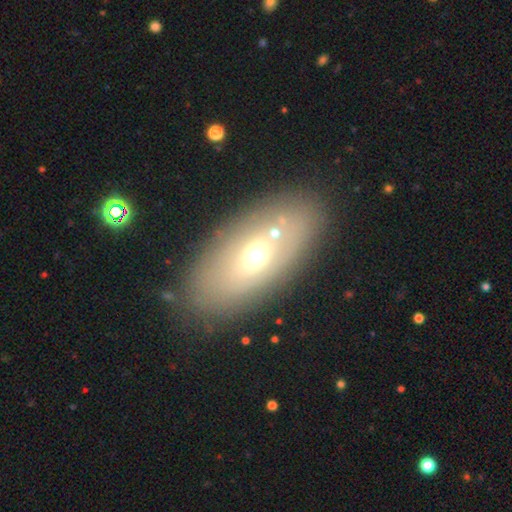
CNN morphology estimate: smooth 53%, featured or disk 34%, star or artifact 12%. Down the decision tree: how rounded — in between (84%); merging — none (79%).